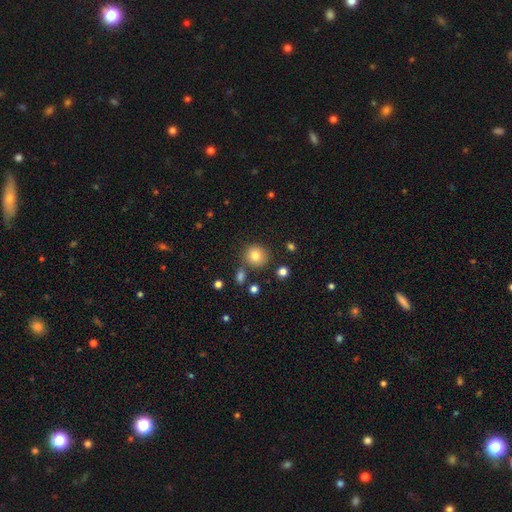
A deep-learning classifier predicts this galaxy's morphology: Smooth or featured? smooth (80%)
How rounded? round (90%)
Merging? none (80%)